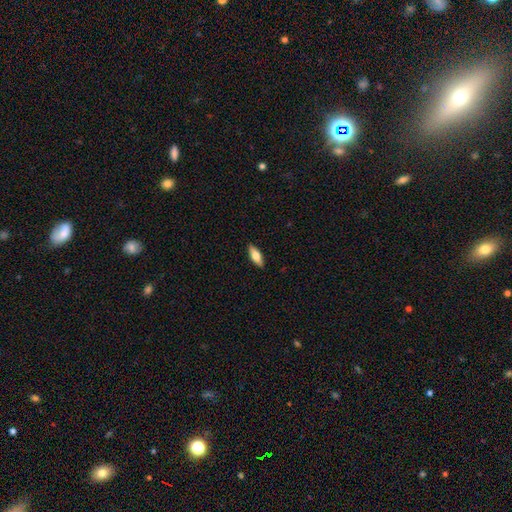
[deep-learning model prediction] Smooth or featured? Predicted: smooth (p=0.68). How rounded? Predicted: in between (p=0.67). Merging? Predicted: none (p=0.89).